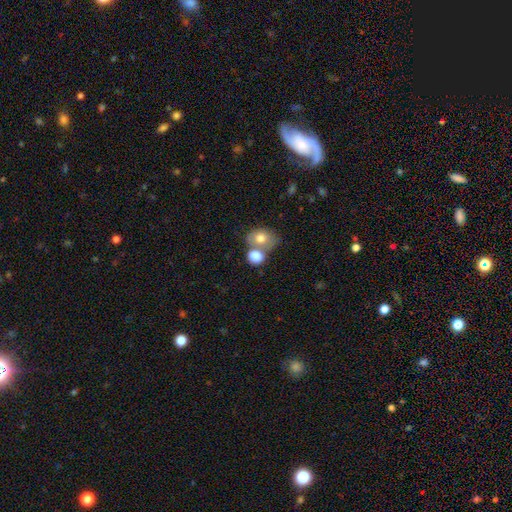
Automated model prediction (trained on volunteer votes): smooth_or_featured: smooth (p=0.79) [alt: featured or disk p=0.14]
how_rounded: in between (p=0.55) [alt: round p=0.44]
merging: merger (p=0.59) [alt: none p=0.26]